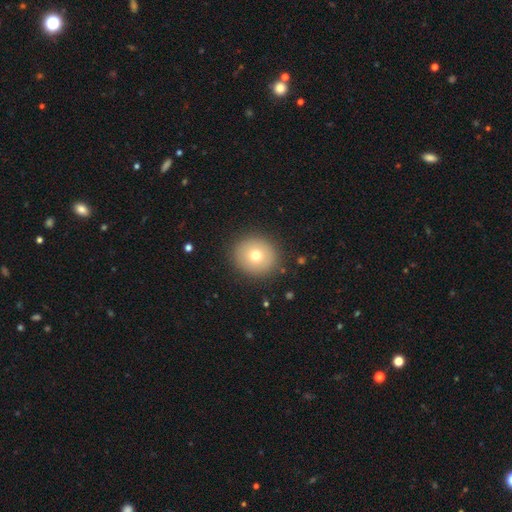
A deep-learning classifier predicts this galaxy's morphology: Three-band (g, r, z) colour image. It shows a smooth galaxy with no disk features (70%) that is round (91%). Merging: none (89%).